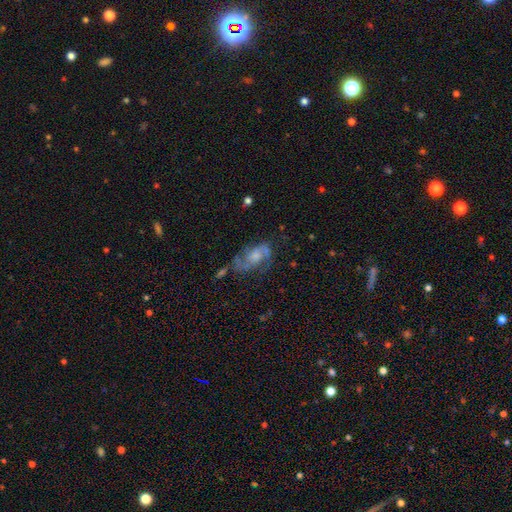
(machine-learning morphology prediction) A featured or disk galaxy (71%) with no bar (67%), 2 (74%) medium (48%) spiral arms (84%) and a moderate central bulge (35%). Merging: none (49%).